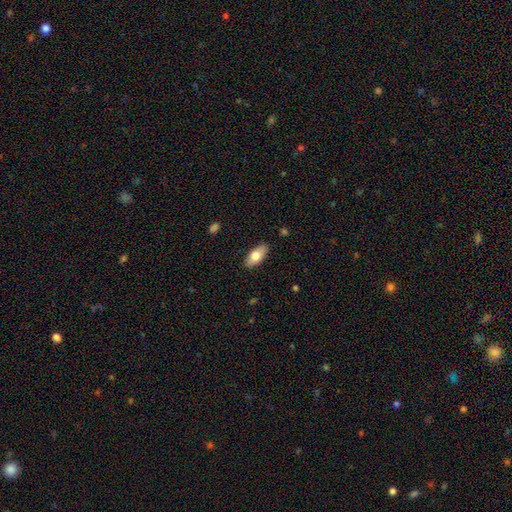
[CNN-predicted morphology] Smooth or featured? smooth (75%)
How rounded? in between (87%)
Merging? none (88%)